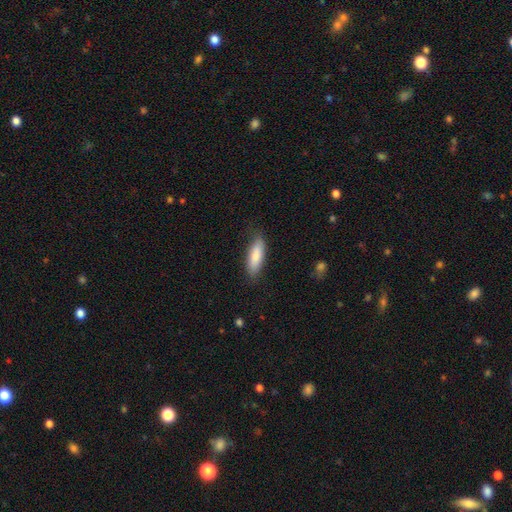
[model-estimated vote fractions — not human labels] This appears to be a smooth galaxy with no disk features (82%) that is in between round and cigar-shaped (56%). Merging: none (81%).